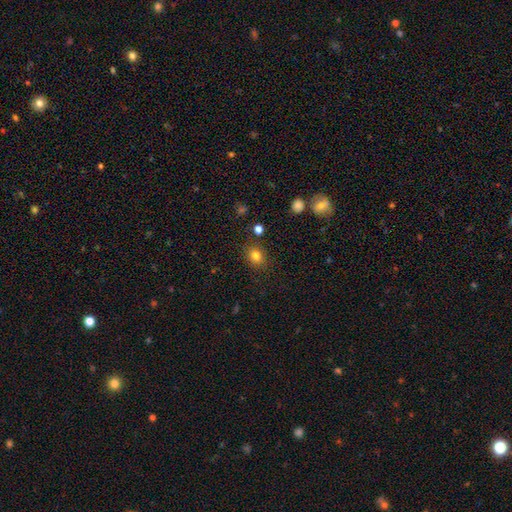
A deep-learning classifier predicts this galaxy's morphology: Smooth or featured? smooth (82%)
How rounded? round (66%)
Merging? none (84%)